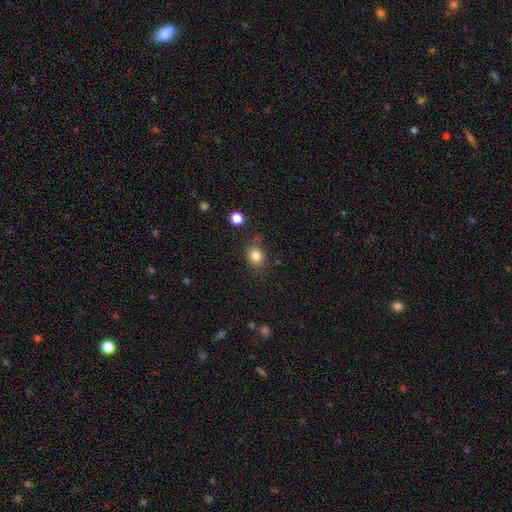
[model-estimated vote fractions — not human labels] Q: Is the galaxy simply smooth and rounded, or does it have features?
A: smooth — 83%.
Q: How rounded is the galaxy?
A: round — 62%.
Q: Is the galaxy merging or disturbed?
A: none — 79%.